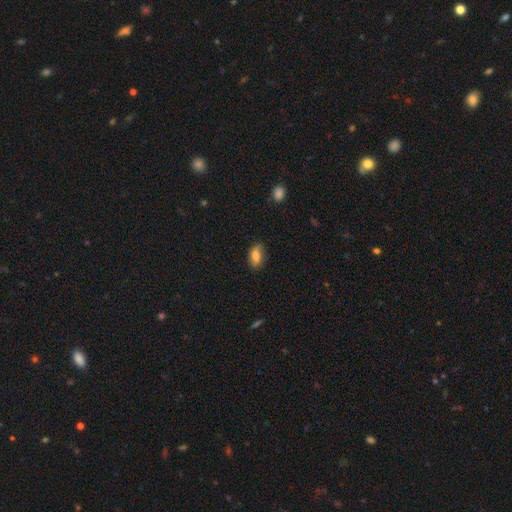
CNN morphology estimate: The model was most divided on "merging": none: 78%, minor disturbance: 17%, major disturbance: 3%, merger: 1%. More confident: how rounded — in between (88%); smooth or featured — smooth (80%).